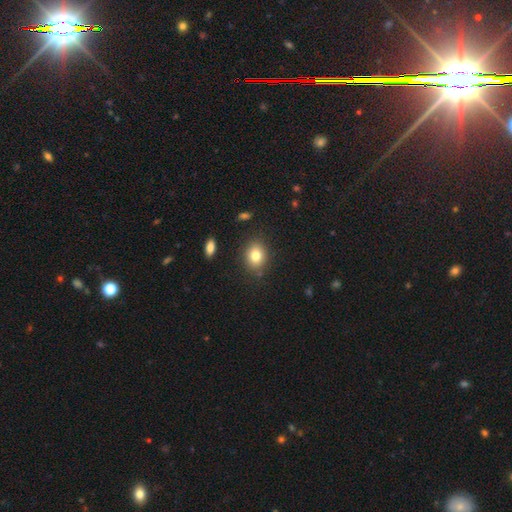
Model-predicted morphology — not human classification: A smooth galaxy with no disk features (80%) that is round (52%). Merging: none (83%).